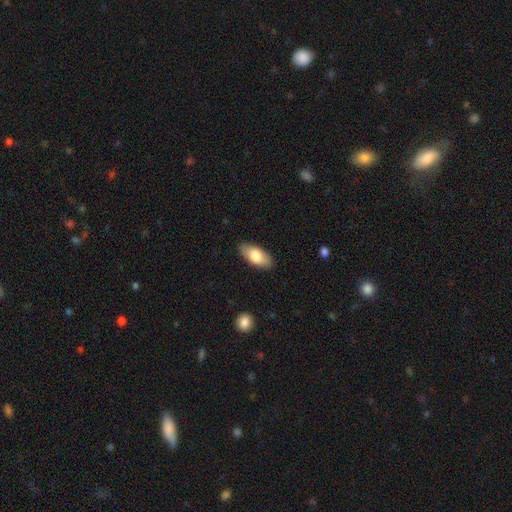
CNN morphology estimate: This is likely a smooth galaxy (78%). How rounded: clearly in between (89%). Merging: clearly none (86%).